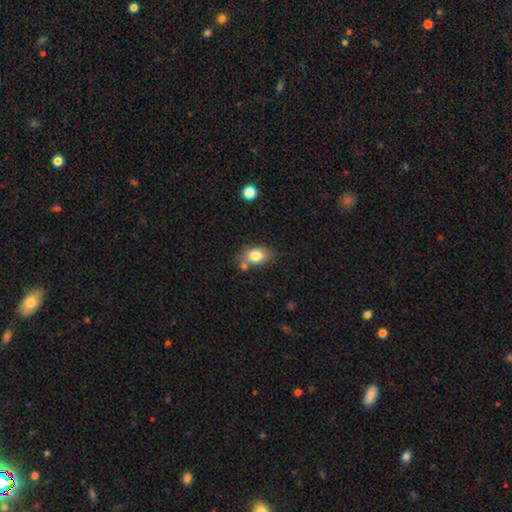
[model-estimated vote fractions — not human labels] Q: Smooth or featured?
A: smooth (81%); runner-up: featured or disk (10%)
Q: How rounded?
A: in between (73%); runner-up: round (25%)
Q: Merging?
A: none (64%); runner-up: minor disturbance (17%)